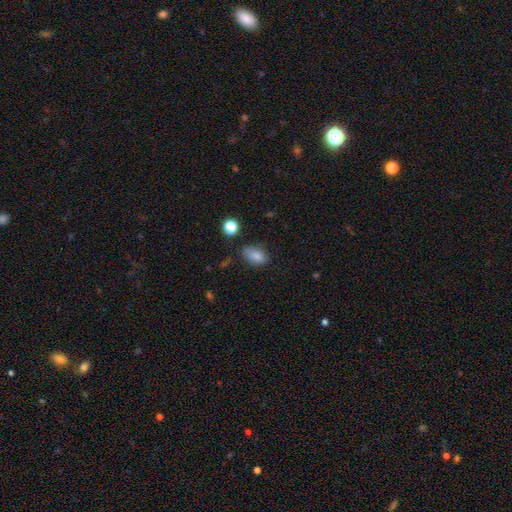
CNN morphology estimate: Smooth or featured: smooth — 84% (star or artifact — 10%)
How rounded: in between — 86% (round — 11%)
Merging: none — 63% (minor disturbance — 26%)